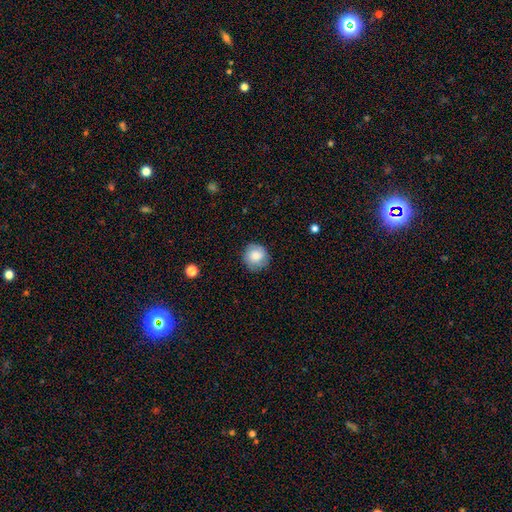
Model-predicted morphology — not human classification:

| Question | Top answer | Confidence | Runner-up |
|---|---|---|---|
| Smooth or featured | smooth | 78% | featured or disk (14%) |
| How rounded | round | 91% | in between (8%) |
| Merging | none | 82% | minor disturbance (14%) |